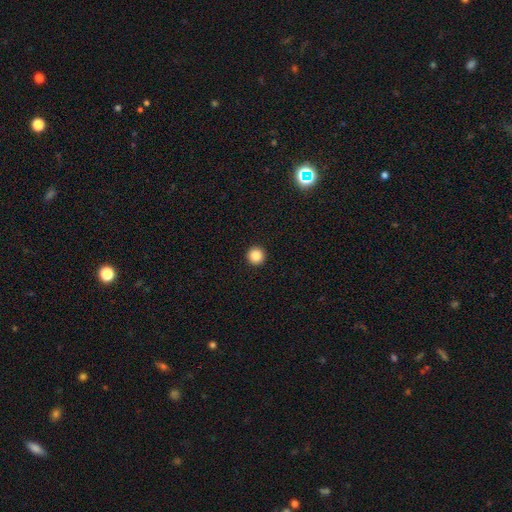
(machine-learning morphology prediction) Smooth or featured? smooth (85%)
How rounded? round (97%)
Merging? none (95%)